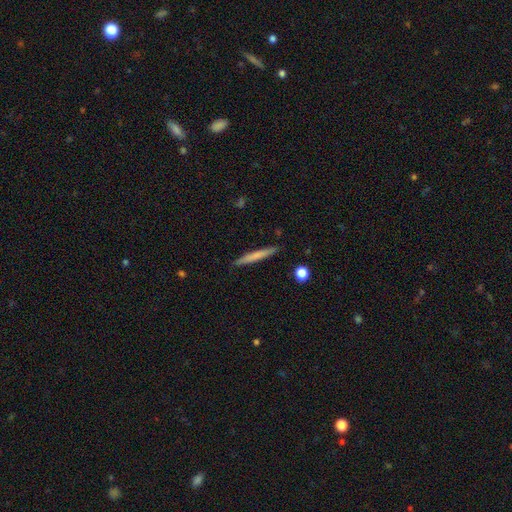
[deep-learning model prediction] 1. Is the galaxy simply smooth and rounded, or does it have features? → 69% smooth, 25% featured or disk, 6% star or artifact.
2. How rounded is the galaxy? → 96% cigar-shaped, 2% in between, 1% round.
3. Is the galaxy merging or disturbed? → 89% none, 8% minor disturbance, 1% major disturbance, 1% merger.